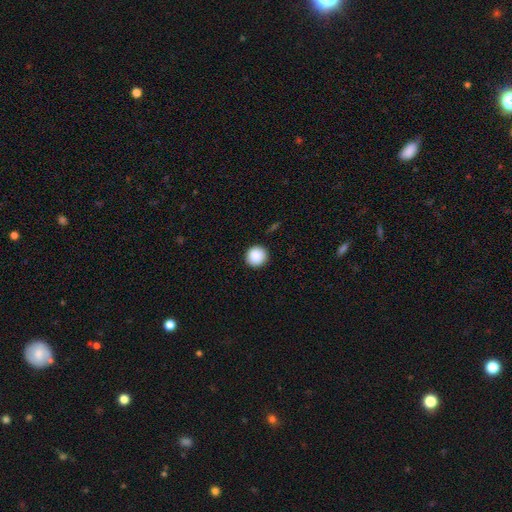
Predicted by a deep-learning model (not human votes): smooth_or_featured: smooth (p=0.88) [alt: star or artifact p=0.08]
how_rounded: round (p=0.94) [alt: in between p=0.06]
merging: none (p=0.92) [alt: minor disturbance p=0.05]